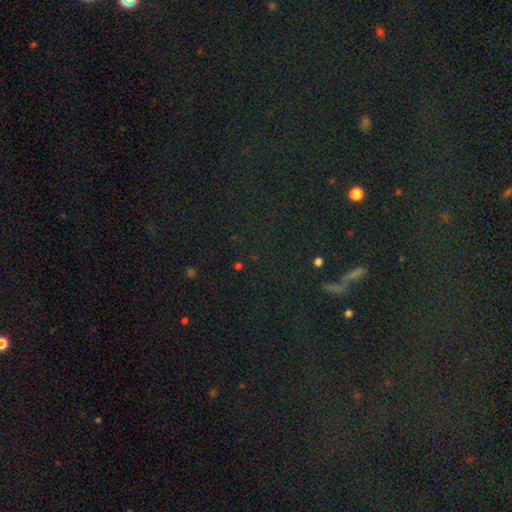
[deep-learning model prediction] Smooth or featured: star or artifact — 77% (smooth — 13%)